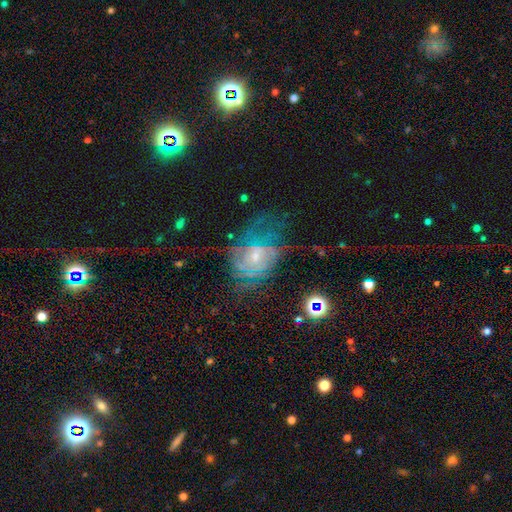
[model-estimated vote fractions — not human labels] Q: Smooth or featured?
A: featured or disk (64%); runner-up: star or artifact (20%)
Q: Edge-on disk?
A: no (96%); runner-up: yes (4%)
Q: Bar?
A: no (64%); runner-up: weak (30%)
Q: Spiral arms?
A: yes (76%); runner-up: no (24%)
Q: Bulge size?
A: small (62%); runner-up: moderate (28%)
Q: Merging?
A: none (47%); runner-up: major disturbance (28%)